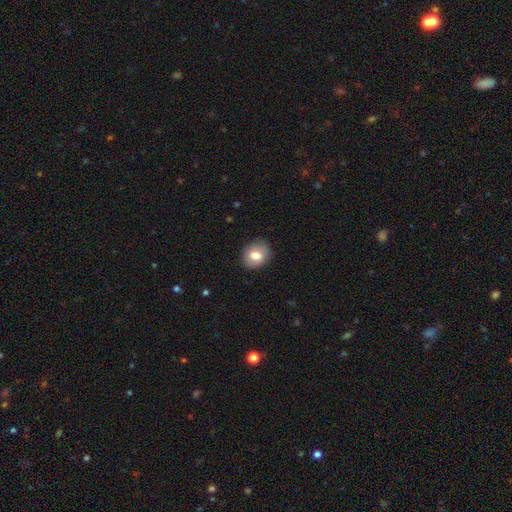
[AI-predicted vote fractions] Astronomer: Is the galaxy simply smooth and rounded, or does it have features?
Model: smooth — 76%.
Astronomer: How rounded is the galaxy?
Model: round — 60% (runner-up: in between, 39%).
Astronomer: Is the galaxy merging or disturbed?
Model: none — 85%.